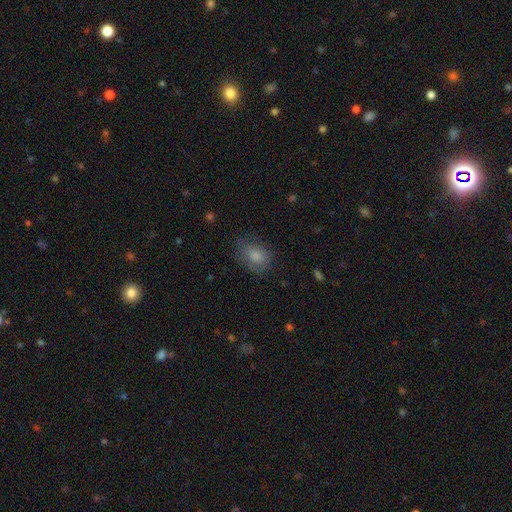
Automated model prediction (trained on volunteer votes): smooth-or-featured: smooth: 79% | featured or disk: 12% | star or artifact: 8%
  how-rounded: in between: 66% | round: 33% | cigar-shaped: 1%
  merging: none: 64% | minor disturbance: 25% | major disturbance: 10% | merger: 1%